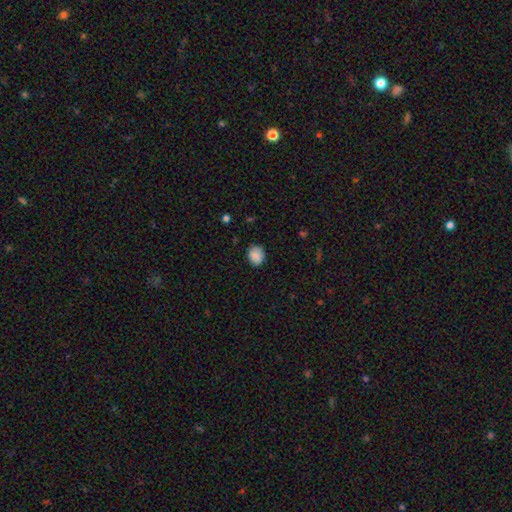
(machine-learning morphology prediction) Smooth or featured?
  - smooth: 88% *
  - star or artifact: 8%
  - featured or disk: 4%
How rounded?
  - round: 59% *
  - in between: 41%
  - cigar-shaped: 1%
Merging?
  - none: 82% *
  - minor disturbance: 14%
  - major disturbance: 3%
  - merger: 1%